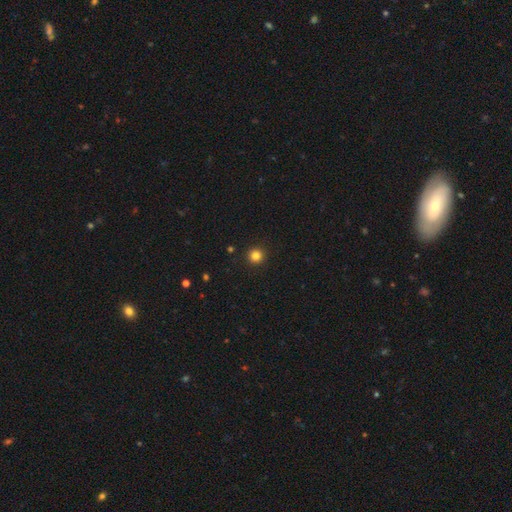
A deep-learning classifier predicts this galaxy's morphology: This is clearly a smooth galaxy (83%). How rounded: clearly round (96%). Merging: clearly none (93%).